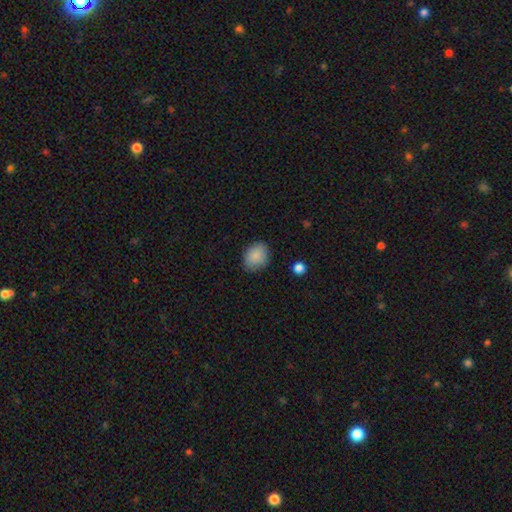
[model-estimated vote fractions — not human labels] Morphology: type=smooth (87%); roundness=in between (65%); merging=none (81%).